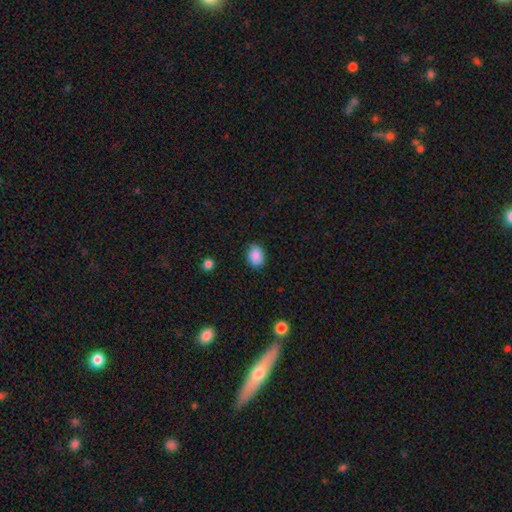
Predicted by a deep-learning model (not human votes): Smooth or featured? Predicted: smooth (p=0.89). How rounded? Predicted: in between (p=0.71). Merging? Predicted: none (p=0.85).